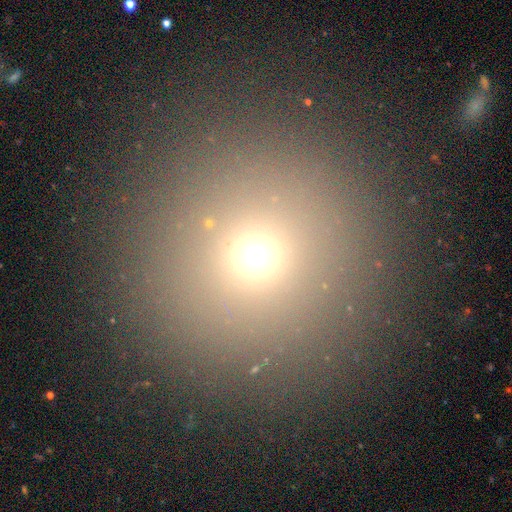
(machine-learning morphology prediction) A smooth galaxy with no disk features (66%) that is round (93%).

Vote fractions:
- Smooth or featured? smooth: 66% / star or artifact: 24% / featured or disk: 10%
- How rounded? round: 93% / in between: 6% / cigar-shaped: 1%
- Merging? none: 88% / minor disturbance: 6% / major disturbance: 4% / merger: 2%